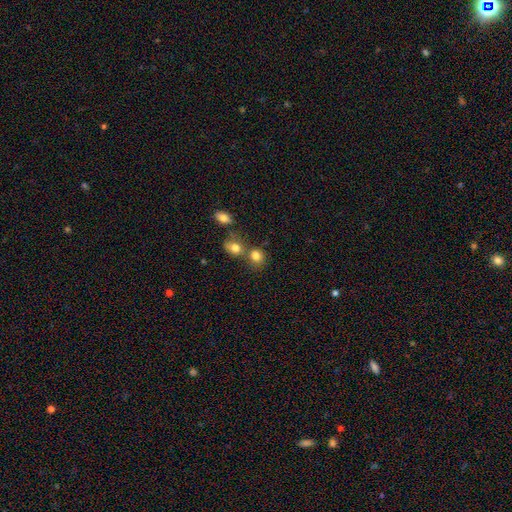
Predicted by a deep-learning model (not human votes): smooth 81%, star or artifact 11%, featured or disk 8%. Down the decision tree: how rounded — round (74%); merging — none (51%).